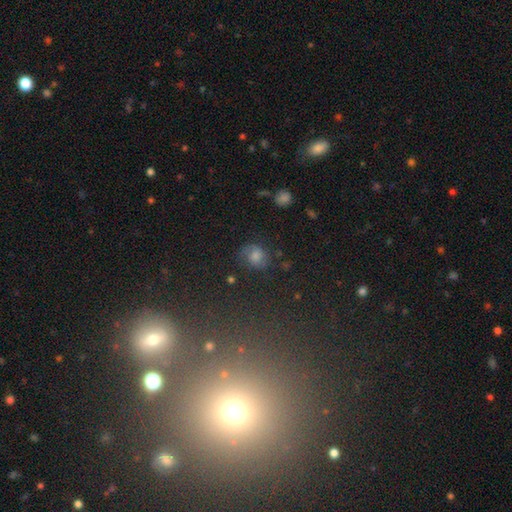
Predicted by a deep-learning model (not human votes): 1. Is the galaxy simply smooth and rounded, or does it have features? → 55% smooth, 28% featured or disk, 16% star or artifact.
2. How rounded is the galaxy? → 61% round, 38% in between, 1% cigar-shaped.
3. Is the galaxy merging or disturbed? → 61% none, 23% minor disturbance, 13% major disturbance, 3% merger.